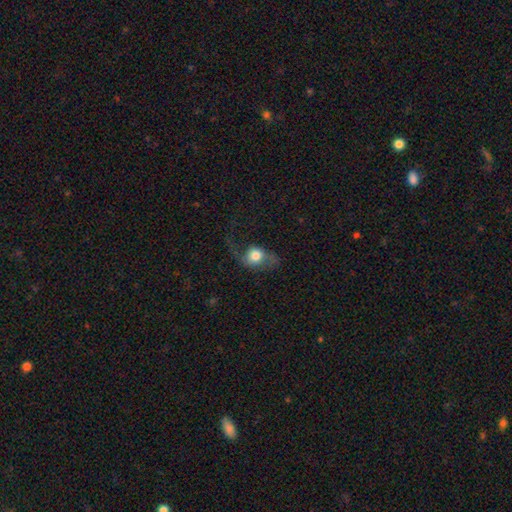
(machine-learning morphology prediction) Smooth or featured: smooth — 51% (featured or disk — 41%)
How rounded: round — 55% (in between — 43%)
Merging: major disturbance — 40% (none — 38%)